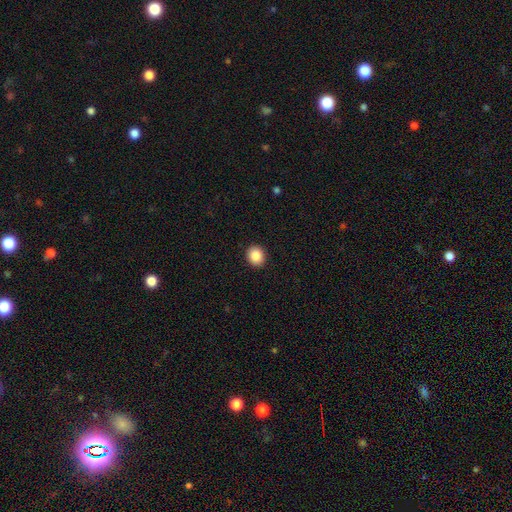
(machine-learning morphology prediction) Q: Smooth or featured?
A: smooth (88%); runner-up: star or artifact (9%)
Q: How rounded?
A: round (75%); runner-up: in between (24%)
Q: Merging?
A: none (92%); runner-up: minor disturbance (5%)